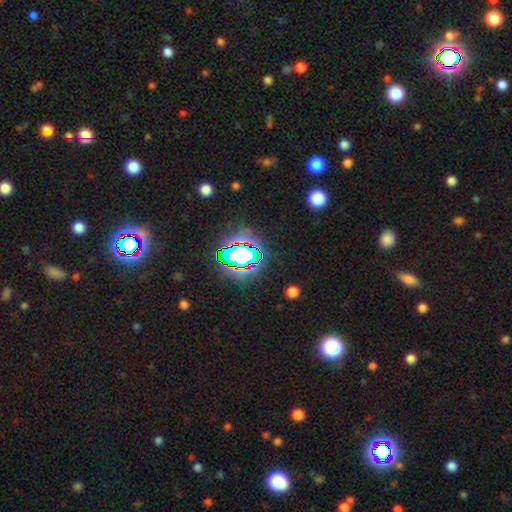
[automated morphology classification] Smooth or featured?
  - star or artifact: 80% *
  - smooth: 13%
  - featured or disk: 7%